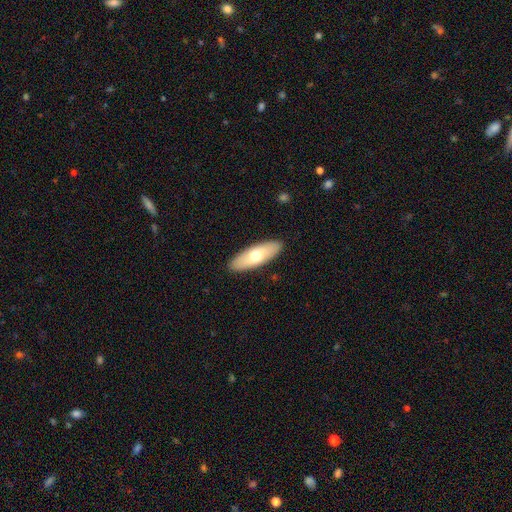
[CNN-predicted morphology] Smooth or featured?
  - smooth: 65% *
  - featured or disk: 30%
  - star or artifact: 5%
How rounded?
  - in between: 64% *
  - cigar-shaped: 34%
  - round: 2%
Merging?
  - none: 90% *
  - minor disturbance: 7%
  - major disturbance: 2%
  - merger: 1%